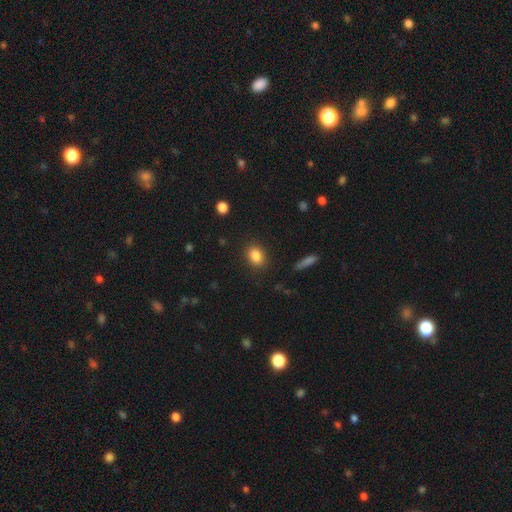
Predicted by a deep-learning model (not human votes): smooth 85%, star or artifact 9%, featured or disk 6%. Down the decision tree: how rounded — in between (64%); merging — none (88%).